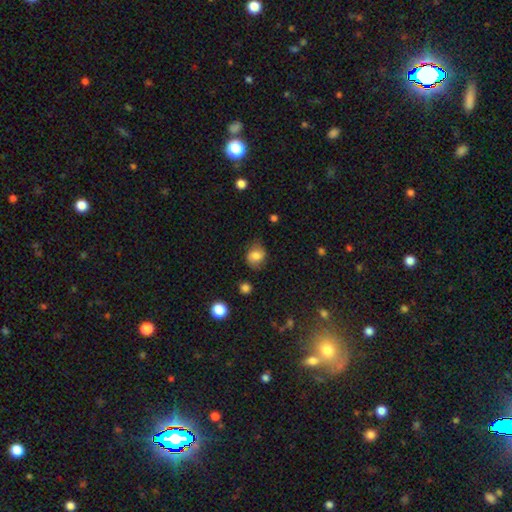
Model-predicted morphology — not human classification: Smooth or featured? smooth (70%)
How rounded? round (56%)
Merging? none (69%)